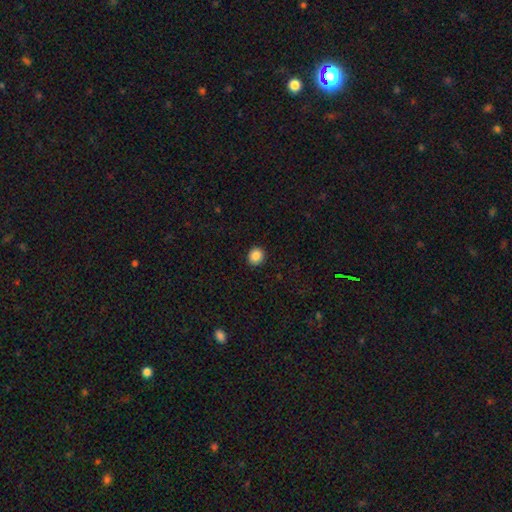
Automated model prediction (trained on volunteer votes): Smooth or featured: smooth — 88% (star or artifact — 9%)
How rounded: round — 80% (in between — 19%)
Merging: none — 91% (minor disturbance — 6%)